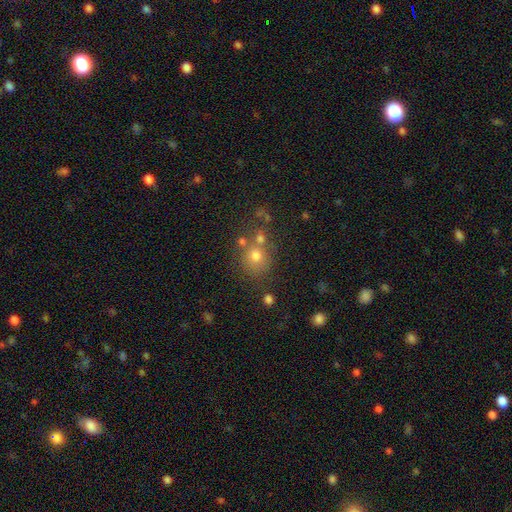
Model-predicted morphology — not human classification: type=smooth (69%); roundness=round (85%); merging=none (61%).